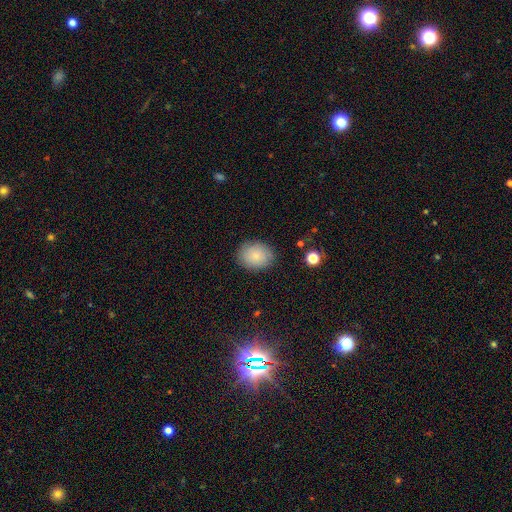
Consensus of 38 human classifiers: smooth 87%, featured or disk 11%, star or artifact 3%. Down the decision tree: how rounded — in between (61%); merging — none (92%).